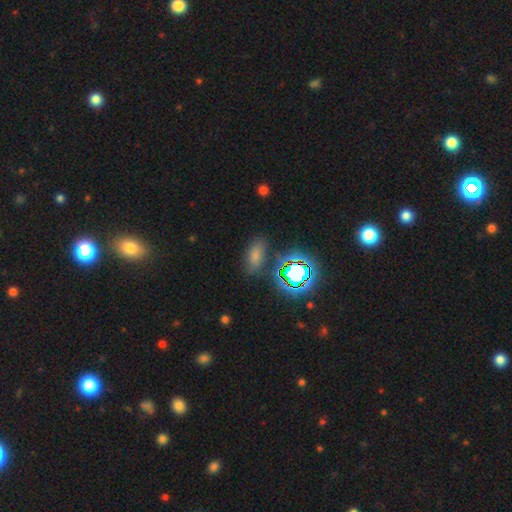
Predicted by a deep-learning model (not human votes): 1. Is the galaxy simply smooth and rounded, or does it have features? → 49% smooth, 39% star or artifact, 13% featured or disk.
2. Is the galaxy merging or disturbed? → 77% none, 13% minor disturbance, 5% merger, 5% major disturbance.